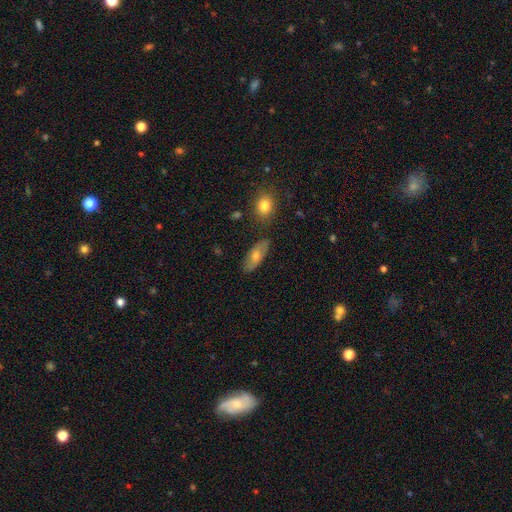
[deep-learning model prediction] Smooth or featured? Predicted: smooth (p=0.59). How rounded? Predicted: in between (p=0.78). Merging? Predicted: none (p=0.82).